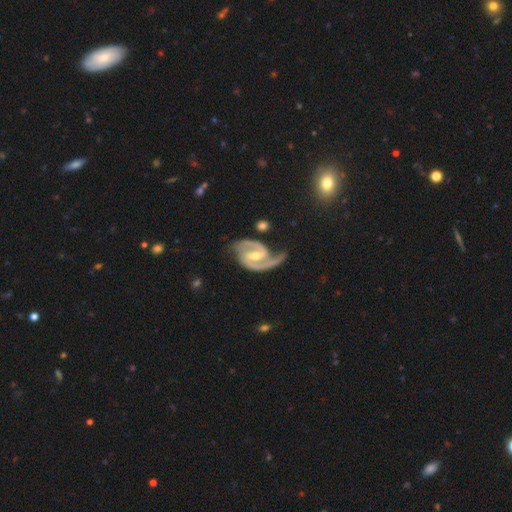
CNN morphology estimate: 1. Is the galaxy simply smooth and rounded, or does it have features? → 93% featured or disk, 4% star or artifact, 3% smooth.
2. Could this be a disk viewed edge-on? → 98% no, 2% yes.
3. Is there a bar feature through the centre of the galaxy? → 45% weak, 38% strong, 17% no.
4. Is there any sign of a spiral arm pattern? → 98% yes, 2% no.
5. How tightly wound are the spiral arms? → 54% medium, 33% tight, 13% loose.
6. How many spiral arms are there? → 90% 2, 4% 1, 2% can't tell, 2% 3, 1% 4, 1% more than 4.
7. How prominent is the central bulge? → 55% moderate, 41% small, 2% large, 2% none, 1% dominant.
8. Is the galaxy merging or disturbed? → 62% none, 22% minor disturbance, 12% major disturbance, 3% merger.